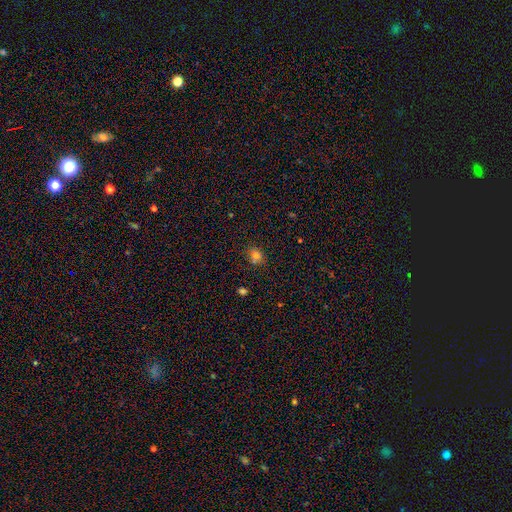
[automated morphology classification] Smooth or featured? Predicted: smooth (p=0.75). How rounded? Predicted: round (p=0.63). Merging? Predicted: none (p=0.70).